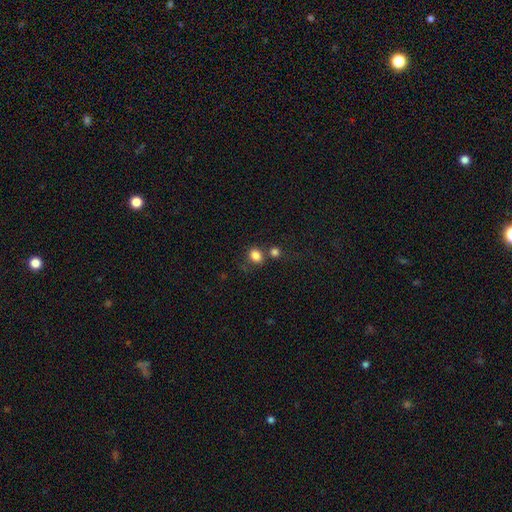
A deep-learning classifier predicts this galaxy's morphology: Smooth or featured? smooth (83%)
How rounded? round (51%)
Merging? none (59%)